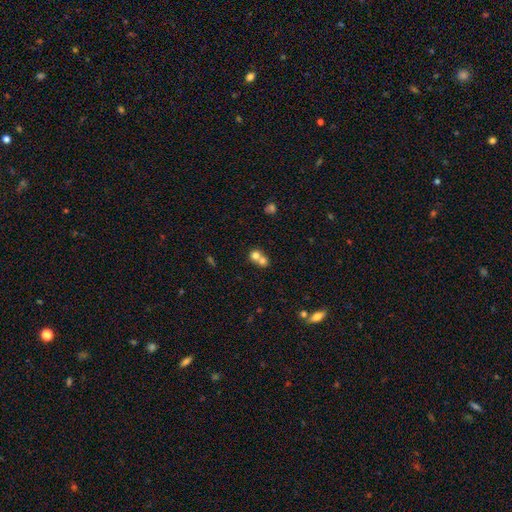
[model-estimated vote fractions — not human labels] Smooth or featured: smooth — 74% (featured or disk — 15%)
How rounded: round — 79% (in between — 20%)
Merging: merger — 66% (none — 28%)